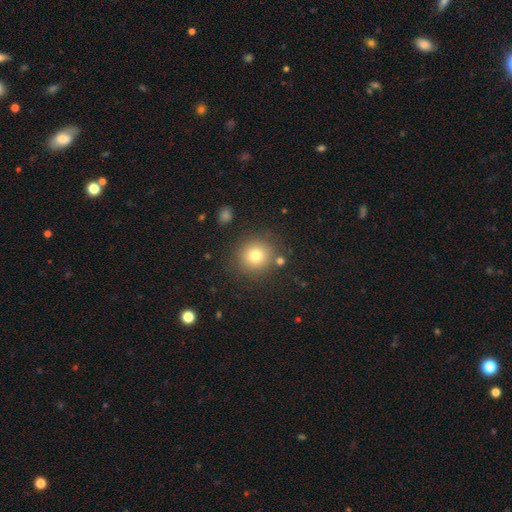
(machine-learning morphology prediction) smooth-or-featured: smooth: 76% | star or artifact: 13% | featured or disk: 11%
  how-rounded: round: 91% | in between: 8% | cigar-shaped: 1%
  merging: none: 84% | minor disturbance: 8% | merger: 4% | major disturbance: 4%